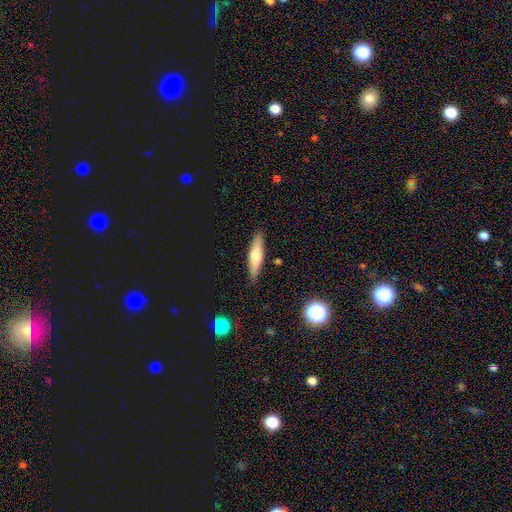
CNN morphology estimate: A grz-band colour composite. It shows a smooth galaxy with no disk features (58%) that is cigar-shaped (74%). Merging: none (88%).